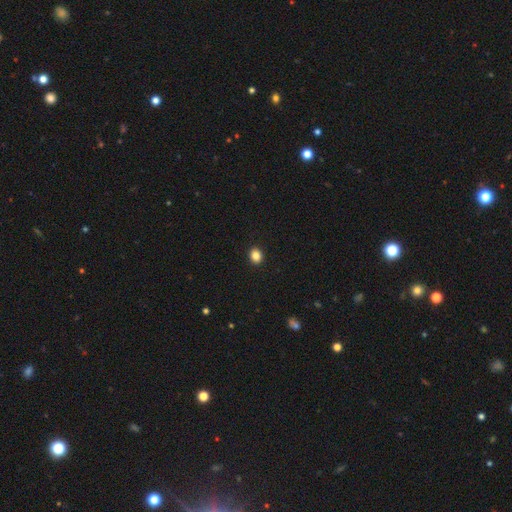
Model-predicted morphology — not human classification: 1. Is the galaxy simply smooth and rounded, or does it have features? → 86% smooth, 10% star or artifact, 4% featured or disk.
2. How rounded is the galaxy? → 63% round, 36% in between, 1% cigar-shaped.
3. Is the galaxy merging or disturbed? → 92% none, 5% minor disturbance, 2% major disturbance, 1% merger.